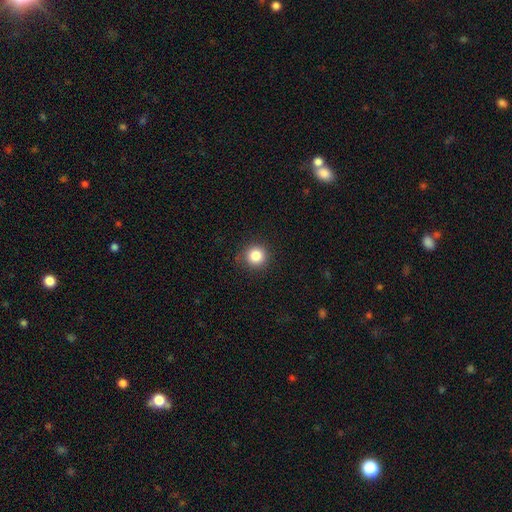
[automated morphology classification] This appears to be a smooth galaxy with no disk features (84%) that is round (93%). Merging: none (87%).